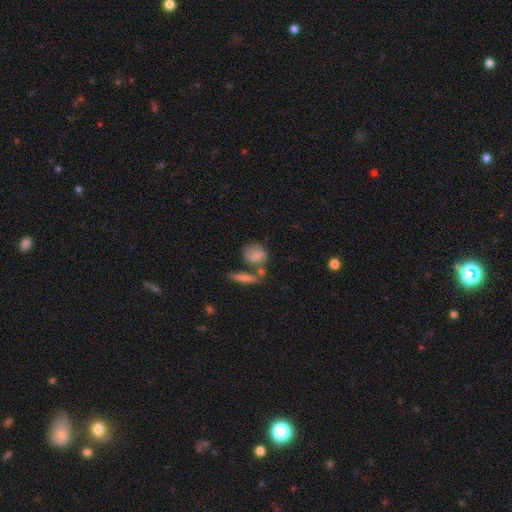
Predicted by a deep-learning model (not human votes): Morphology: type=smooth (77%); roundness=in between (56%); merging=none (43%).